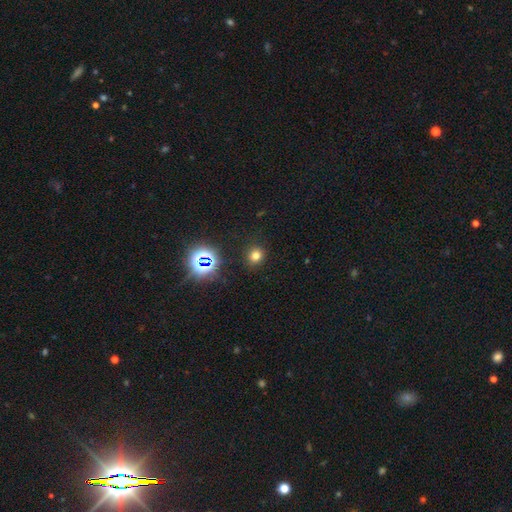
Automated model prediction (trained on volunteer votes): smooth_or_featured: smooth (p=0.71) [alt: star or artifact p=0.22]
how_rounded: round (p=0.81) [alt: in between p=0.18]
merging: none (p=0.89) [alt: minor disturbance p=0.07]